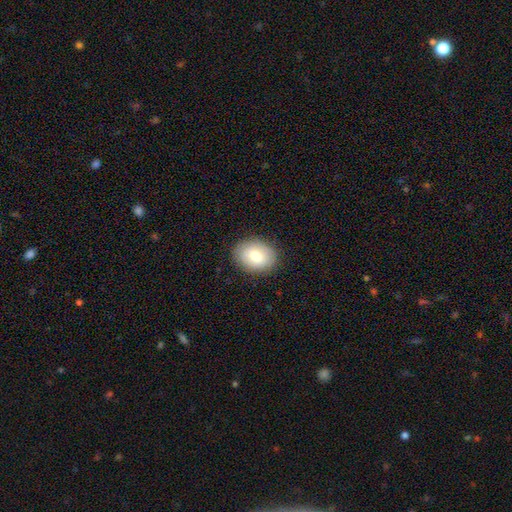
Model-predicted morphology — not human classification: This appears to be a smooth galaxy with no disk features (76%) that is in between round and cigar-shaped (65%). Merging: none (87%).